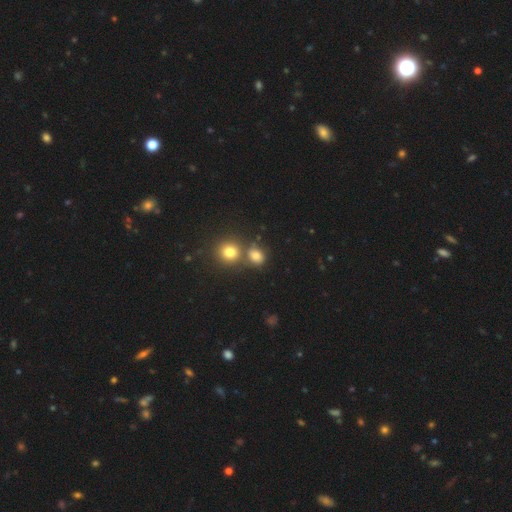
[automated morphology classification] This appears to be a smooth galaxy with no disk features (75%) that is round (60%). Merging: none (56%).